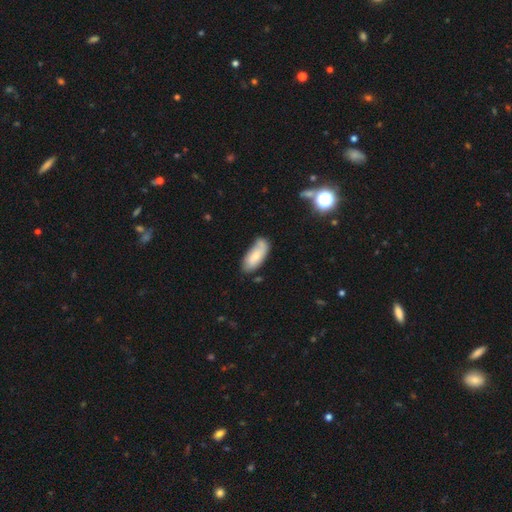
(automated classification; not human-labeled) smooth_or_featured: smooth (p=0.70) [alt: featured or disk p=0.24]
how_rounded: in between (p=0.84) [alt: cigar-shaped p=0.14]
merging: none (p=0.61) [alt: minor disturbance p=0.27]